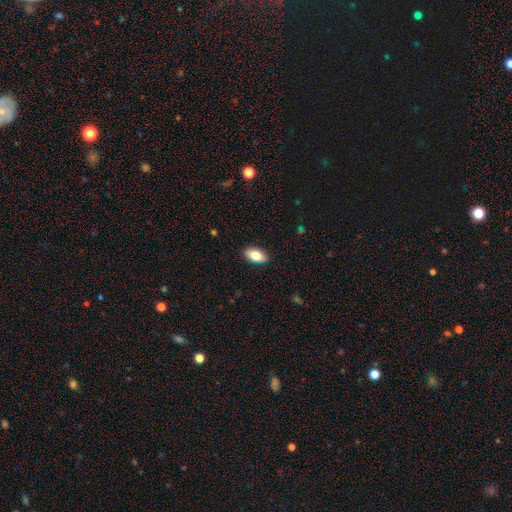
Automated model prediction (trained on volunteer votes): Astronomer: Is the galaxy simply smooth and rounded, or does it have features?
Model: smooth — 79%.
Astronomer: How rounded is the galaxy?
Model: in between — 92%.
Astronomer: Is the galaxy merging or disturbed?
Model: none — 89%.